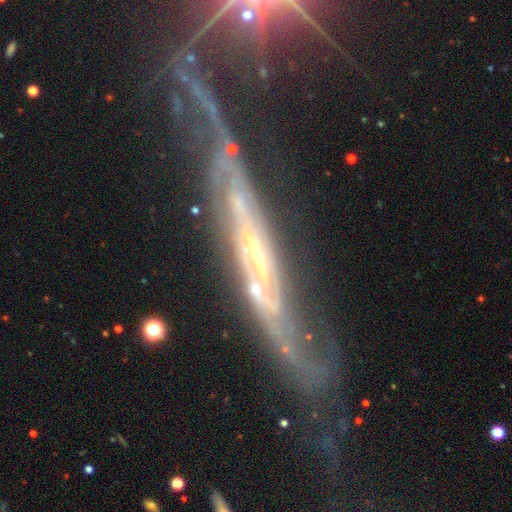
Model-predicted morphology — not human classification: A featured or disk galaxy (83%). Merging: none (52%).